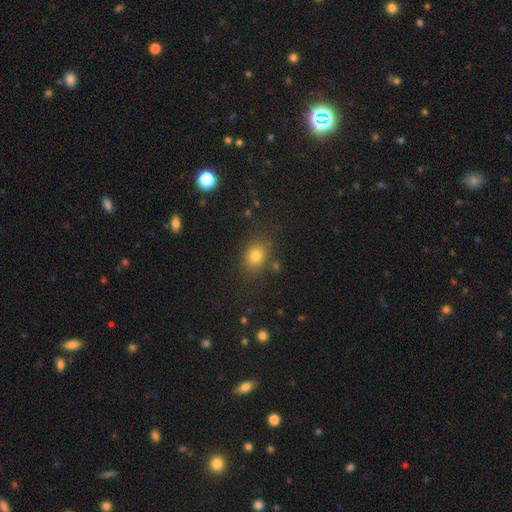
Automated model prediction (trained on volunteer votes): A smooth galaxy with no disk features (79%) that is round (52%). Merging: none (80%).